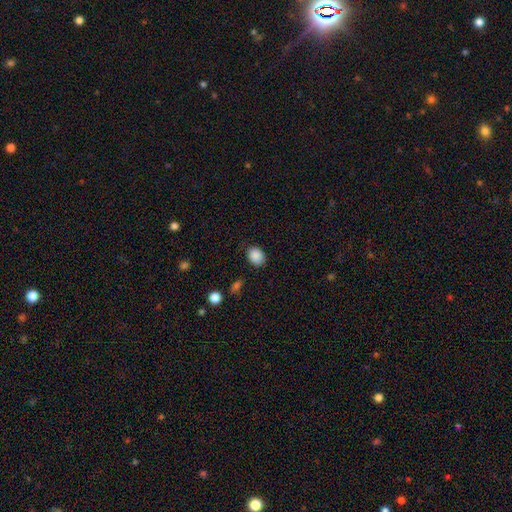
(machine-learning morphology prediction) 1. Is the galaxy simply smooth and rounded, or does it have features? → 88% smooth, 8% star or artifact, 4% featured or disk.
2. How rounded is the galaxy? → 54% in between, 45% round, 1% cigar-shaped.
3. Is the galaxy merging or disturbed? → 81% none, 14% minor disturbance, 3% major disturbance, 2% merger.